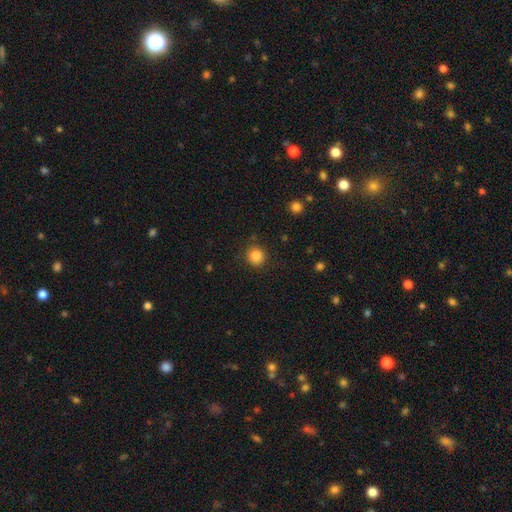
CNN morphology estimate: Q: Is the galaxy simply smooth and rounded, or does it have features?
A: smooth — 86%.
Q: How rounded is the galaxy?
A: round — 92%.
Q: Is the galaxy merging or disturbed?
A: none — 88%.